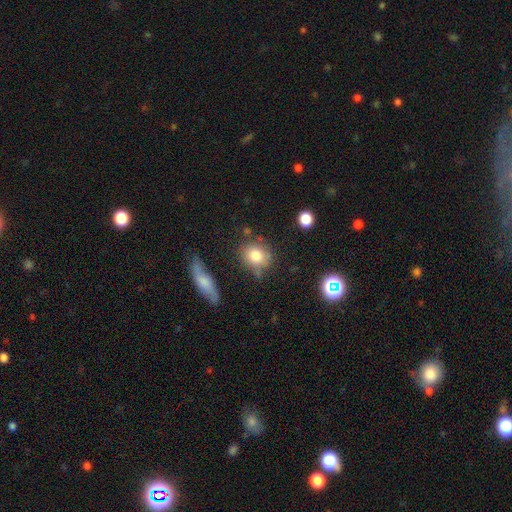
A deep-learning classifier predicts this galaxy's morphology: Smooth or featured?
  - smooth: 80% *
  - featured or disk: 11%
  - star or artifact: 9%
How rounded?
  - round: 73% *
  - in between: 25%
  - cigar-shaped: 2%
Merging?
  - none: 68% *
  - minor disturbance: 18%
  - merger: 8%
  - major disturbance: 6%